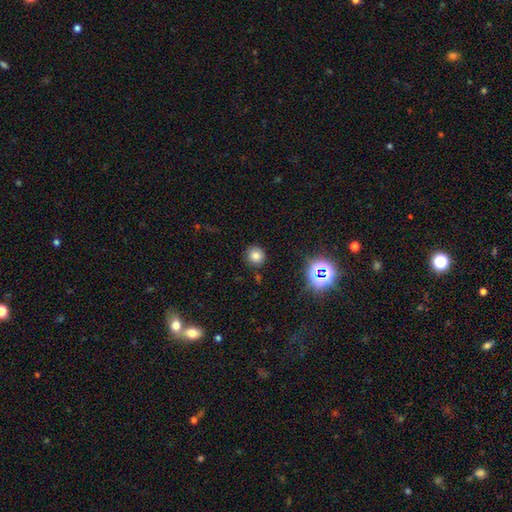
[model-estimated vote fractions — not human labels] smooth_or_featured: smooth (p=0.76) [alt: star or artifact p=0.17]
how_rounded: round (p=0.92) [alt: in between p=0.07]
merging: none (p=0.86) [alt: minor disturbance p=0.08]